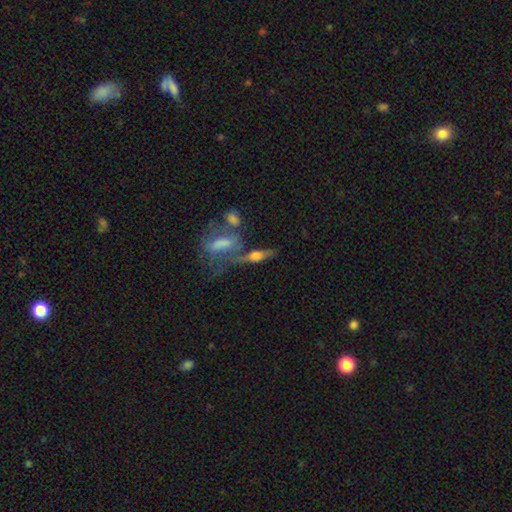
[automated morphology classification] Smooth or featured: featured or disk — 47% (smooth — 42%)
Merging: none — 41% (merger — 30%)